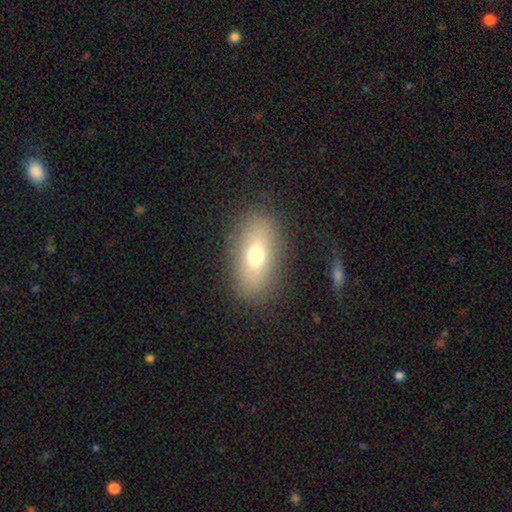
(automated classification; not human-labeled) smooth_or_featured: smooth (p=0.69) [alt: featured or disk p=0.20]
how_rounded: in between (p=0.83) [alt: round p=0.10]
merging: none (p=0.84) [alt: minor disturbance p=0.10]